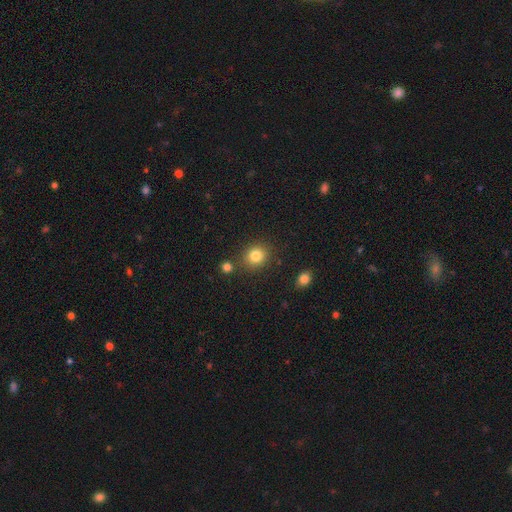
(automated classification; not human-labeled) The model was most divided on "how rounded": round: 78%, in between: 21%, cigar-shaped: 1%. More confident: smooth or featured — smooth (82%); merging — none (82%).